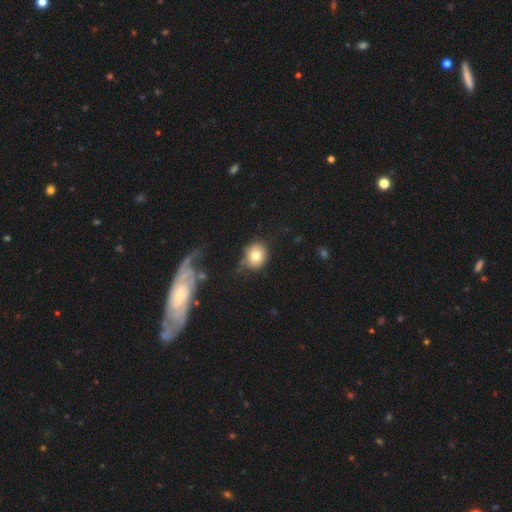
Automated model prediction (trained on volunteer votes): This appears to be a smooth galaxy with no disk features (76%) that is round (80%). Merging: none (67%).